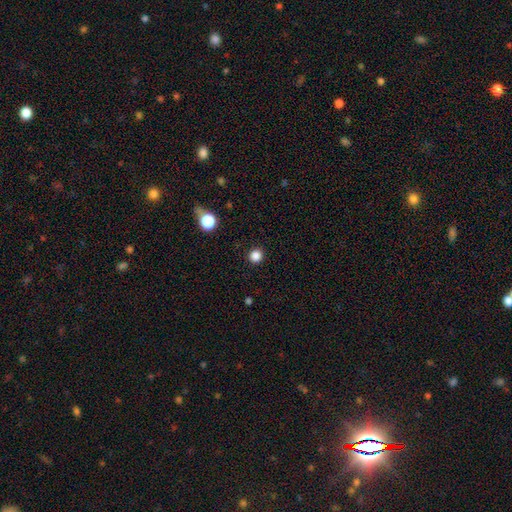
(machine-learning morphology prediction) smooth_or_featured: smooth (p=0.85) [alt: star or artifact p=0.13]
how_rounded: round (p=0.94) [alt: in between p=0.05]
merging: none (p=0.92) [alt: minor disturbance p=0.05]